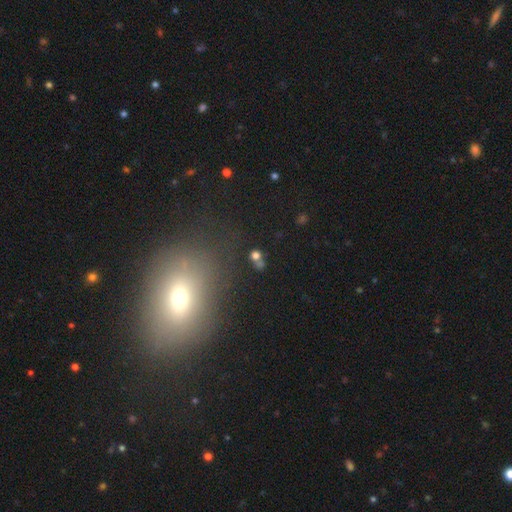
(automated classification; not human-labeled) smooth-or-featured: smooth: 66% | star or artifact: 24% | featured or disk: 10%
  how-rounded: round: 64% | in between: 33% | cigar-shaped: 2%
  merging: none: 50% | merger: 30% | minor disturbance: 12% | major disturbance: 8%